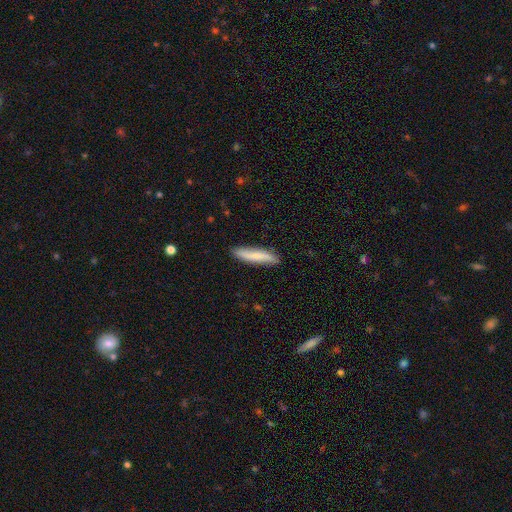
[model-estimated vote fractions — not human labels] Q: Smooth or featured?
A: smooth (70%); runner-up: featured or disk (24%)
Q: How rounded?
A: cigar-shaped (87%); runner-up: in between (11%)
Q: Merging?
A: none (86%); runner-up: minor disturbance (11%)